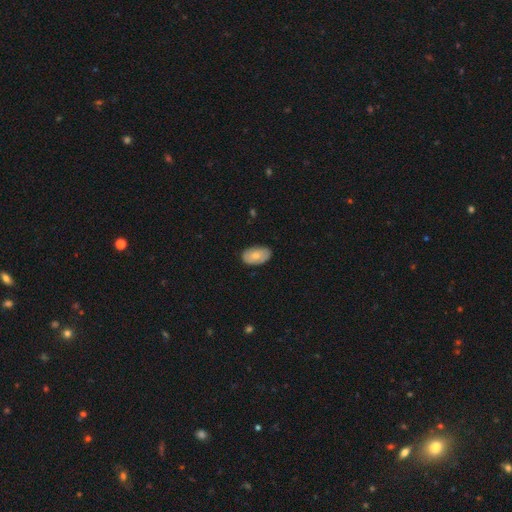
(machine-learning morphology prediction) smooth-or-featured: smooth: 70% | featured or disk: 24% | star or artifact: 6%
  how-rounded: in between: 93% | round: 6% | cigar-shaped: 1%
  merging: none: 83% | minor disturbance: 14% | major disturbance: 2% | merger: 1%